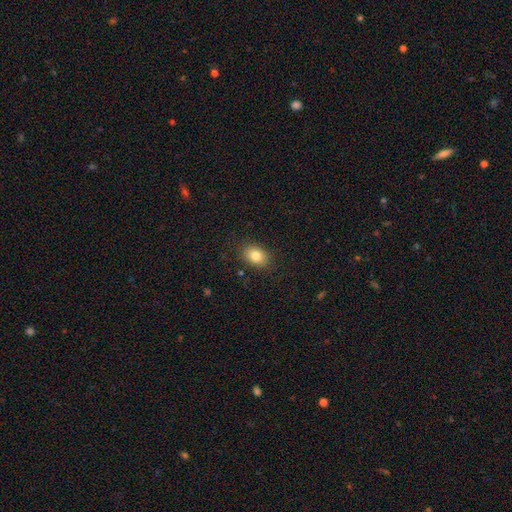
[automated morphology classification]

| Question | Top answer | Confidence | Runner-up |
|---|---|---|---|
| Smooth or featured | smooth | 82% | star or artifact (9%) |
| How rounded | in between | 75% | round (24%) |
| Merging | none | 87% | minor disturbance (10%) |